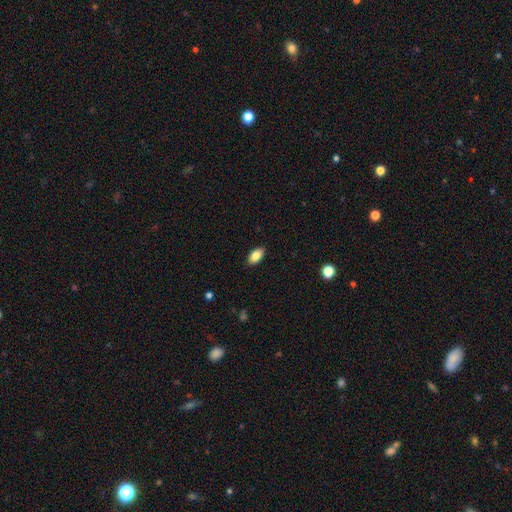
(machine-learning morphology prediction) Q: Smooth or featured?
A: smooth (86%); runner-up: star or artifact (7%)
Q: How rounded?
A: in between (93%); runner-up: round (4%)
Q: Merging?
A: none (89%); runner-up: minor disturbance (8%)